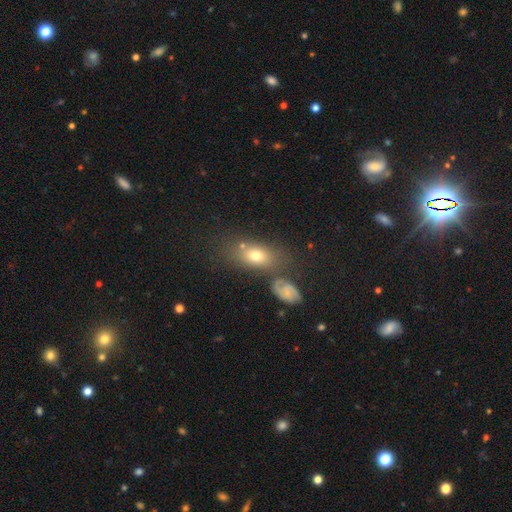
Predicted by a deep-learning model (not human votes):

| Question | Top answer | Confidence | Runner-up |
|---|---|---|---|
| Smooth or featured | smooth | 66% | featured or disk (23%) |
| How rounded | in between | 78% | round (16%) |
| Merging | none | 60% | minor disturbance (16%) |